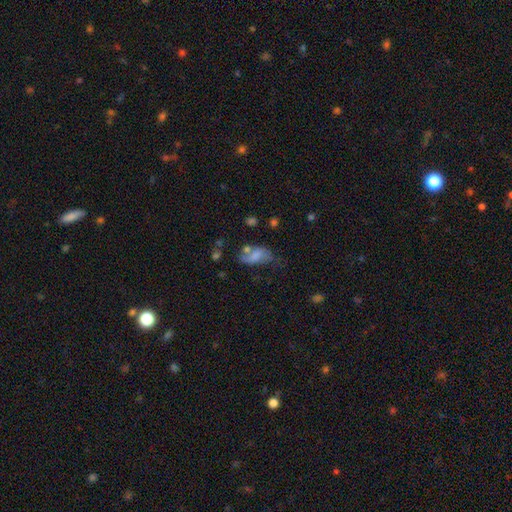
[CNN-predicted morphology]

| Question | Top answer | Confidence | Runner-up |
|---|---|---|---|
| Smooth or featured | smooth | 59% | featured or disk (31%) |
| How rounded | in between | 89% | round (7%) |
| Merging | none | 32% | minor disturbance (28%) |